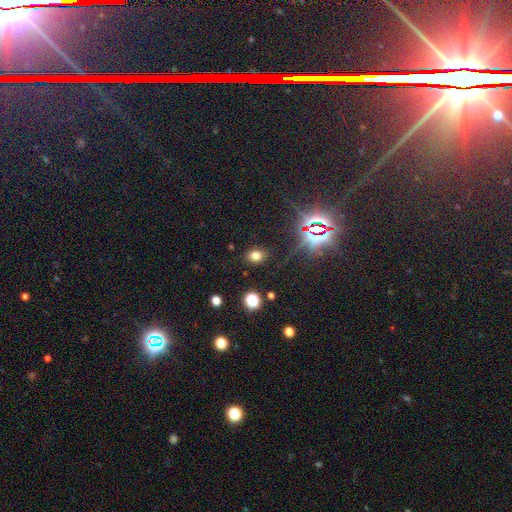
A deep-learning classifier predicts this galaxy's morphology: This is likely a smooth galaxy (69%). How rounded: possibly in between (60%). Merging: clearly none (85%).